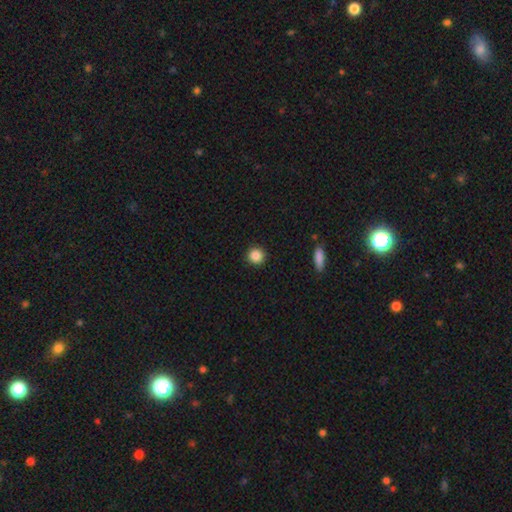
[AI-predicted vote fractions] Smooth or featured? Predicted: smooth (p=0.87). How rounded? Predicted: round (p=0.93). Merging? Predicted: none (p=0.91).